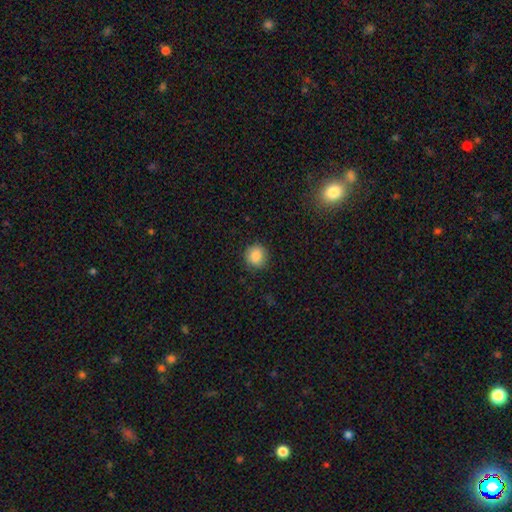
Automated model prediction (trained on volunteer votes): Smooth or featured: smooth — 87% (star or artifact — 9%)
How rounded: round — 91% (in between — 8%)
Merging: none — 88% (minor disturbance — 9%)